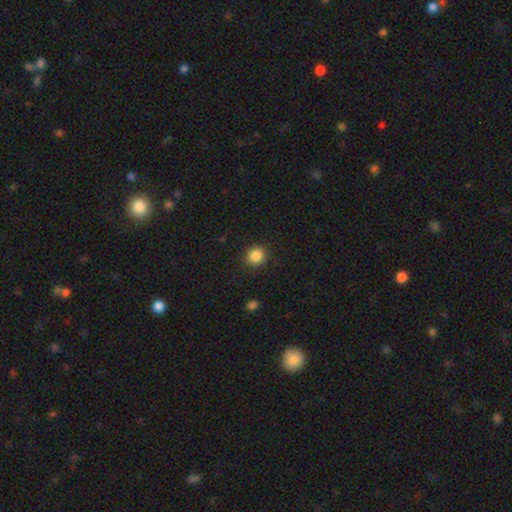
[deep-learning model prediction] This appears to be a smooth galaxy with no disk features (86%) that is round (87%). Merging: none (89%).